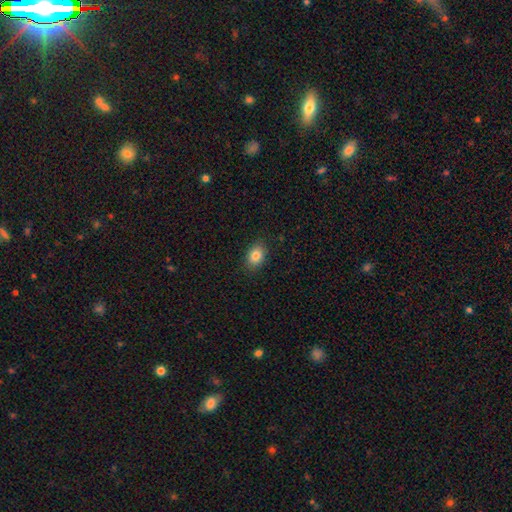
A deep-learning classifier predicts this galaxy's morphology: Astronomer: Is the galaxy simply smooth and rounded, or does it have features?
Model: smooth — 83%.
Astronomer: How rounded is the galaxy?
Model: in between — 75%.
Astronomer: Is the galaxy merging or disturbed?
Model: none — 88%.